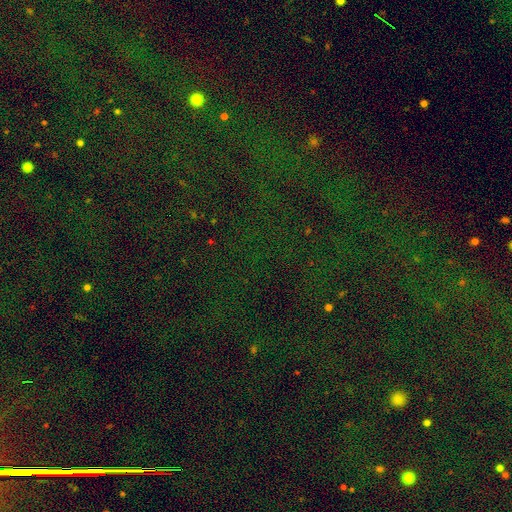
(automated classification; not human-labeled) Overall: star or artifact (81%).